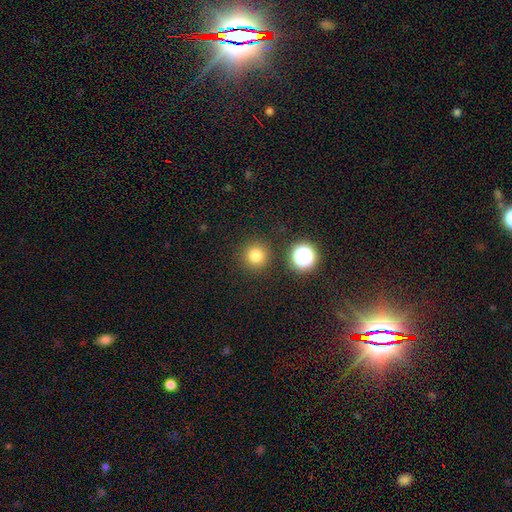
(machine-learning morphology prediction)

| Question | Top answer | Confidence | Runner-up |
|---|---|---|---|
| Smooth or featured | smooth | 79% | star or artifact (15%) |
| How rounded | round | 95% | in between (4%) |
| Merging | none | 87% | minor disturbance (7%) |